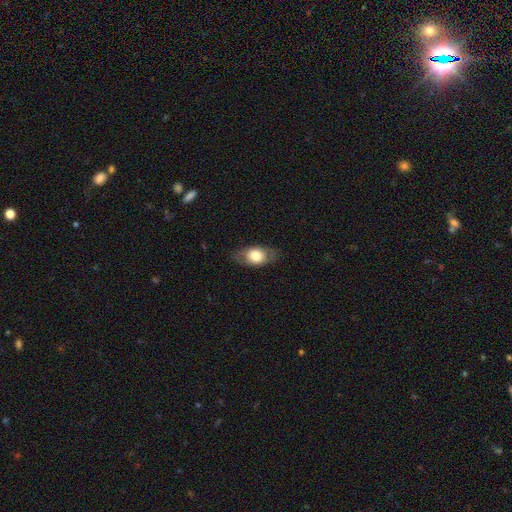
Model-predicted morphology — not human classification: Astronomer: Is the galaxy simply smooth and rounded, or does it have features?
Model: smooth — 66%.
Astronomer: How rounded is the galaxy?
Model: in between — 82%.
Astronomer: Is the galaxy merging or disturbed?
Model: none — 79%.